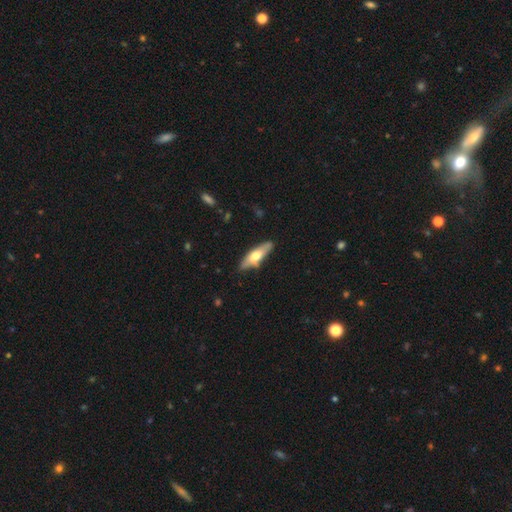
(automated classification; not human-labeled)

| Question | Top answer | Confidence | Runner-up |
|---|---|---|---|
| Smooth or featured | smooth | 53% | featured or disk (42%) |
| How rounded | cigar-shaped | 55% | in between (43%) |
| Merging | none | 77% | minor disturbance (17%) |